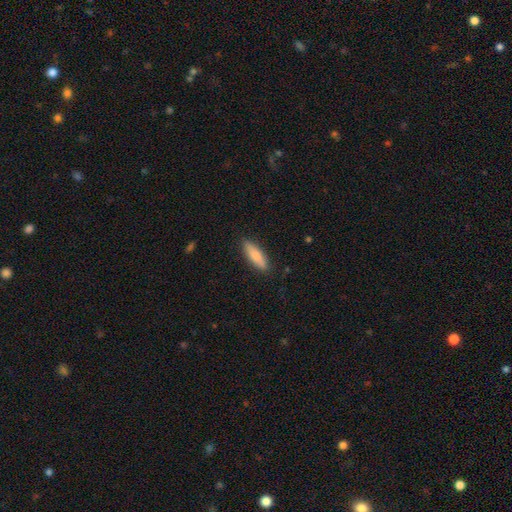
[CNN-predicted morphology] smooth-or-featured: smooth: 82% | featured or disk: 12% | star or artifact: 6%
  how-rounded: cigar-shaped: 62% | in between: 37% | round: 2%
  merging: none: 87% | minor disturbance: 10% | major disturbance: 2% | merger: 1%